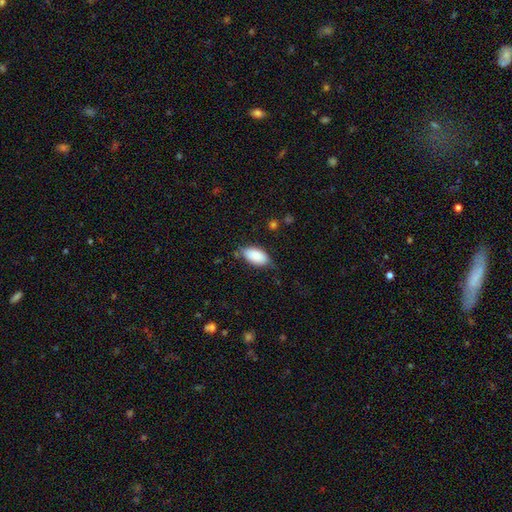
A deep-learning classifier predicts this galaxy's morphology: smooth_or_featured: smooth (p=0.87) [alt: star or artifact p=0.06]
how_rounded: in between (p=0.94) [alt: cigar-shaped p=0.03]
merging: none (p=0.68) [alt: minor disturbance p=0.25]